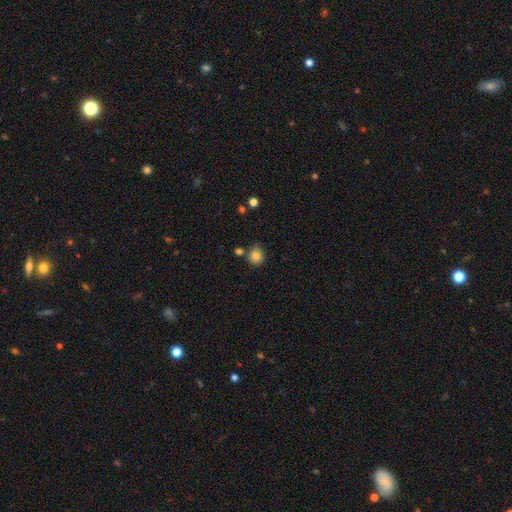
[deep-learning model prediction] Smooth or featured? smooth (84%)
How rounded? round (84%)
Merging? none (70%)